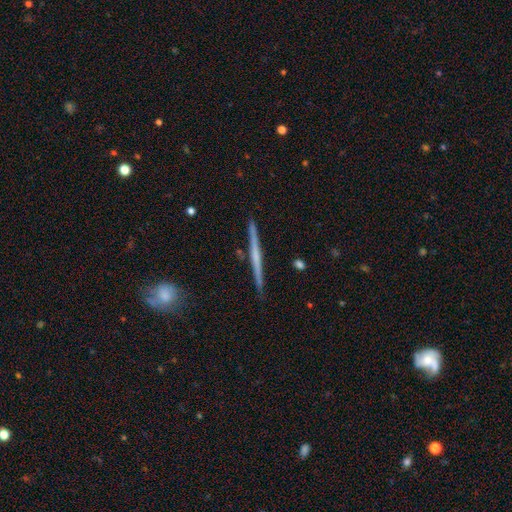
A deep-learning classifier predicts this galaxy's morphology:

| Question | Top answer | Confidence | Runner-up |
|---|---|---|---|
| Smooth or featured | featured or disk | 62% | smooth (32%) |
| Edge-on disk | yes | 98% | no (2%) |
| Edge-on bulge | none | 71% | rounded (22%) |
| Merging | none | 90% | minor disturbance (7%) |